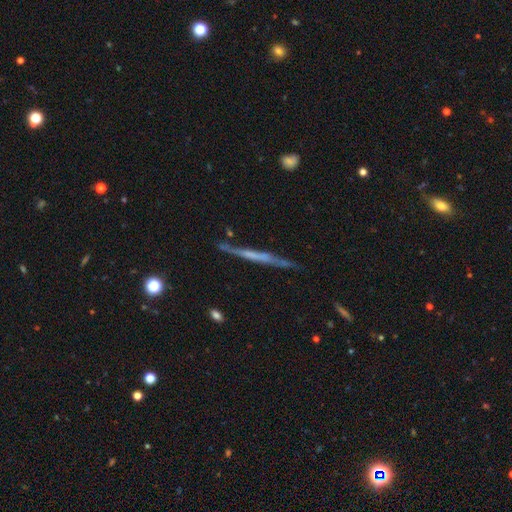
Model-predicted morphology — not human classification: This appears to be a featured or disk galaxy (64%) viewed edge-on (95%) with no central bulge (74%). Merging: none (80%).